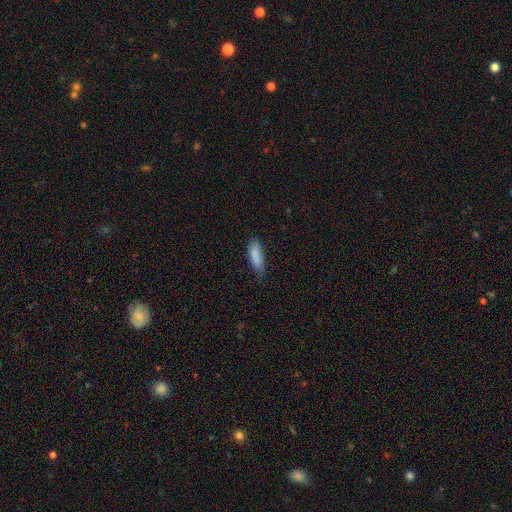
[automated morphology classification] A smooth galaxy with no disk features (85%) that is in between round and cigar-shaped (61%). Merging: none (70%).